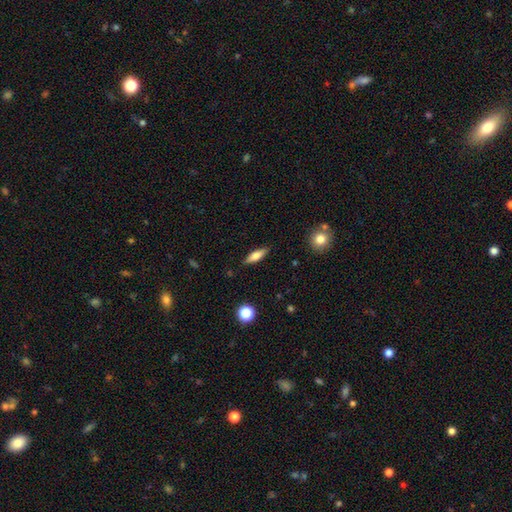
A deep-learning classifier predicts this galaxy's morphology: smooth_or_featured: smooth (p=0.64) [alt: featured or disk p=0.29]
how_rounded: in between (p=0.49) [alt: cigar-shaped p=0.48]
merging: none (p=0.87) [alt: minor disturbance p=0.09]